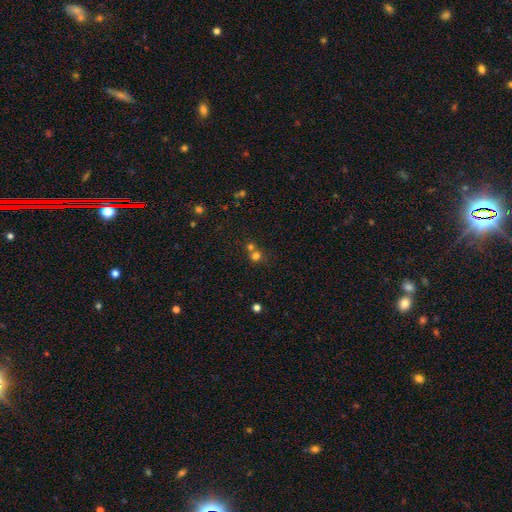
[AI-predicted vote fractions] smooth 70%, star or artifact 20%, featured or disk 10%. Down the decision tree: how rounded — round (88%); merging — none (48%).